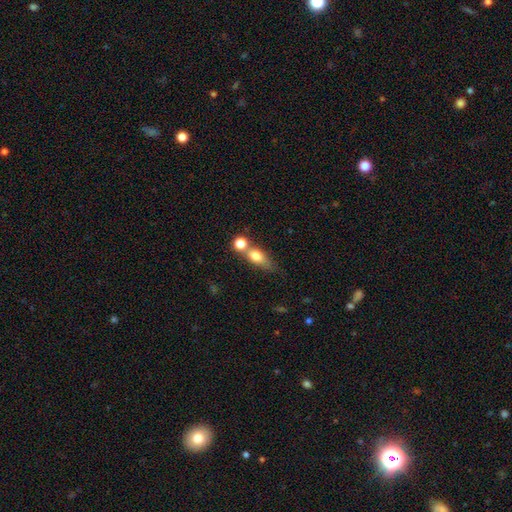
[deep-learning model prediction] This appears to be a smooth galaxy with no disk features (73%) that is in between round and cigar-shaped (58%). Merging: merger (48%).